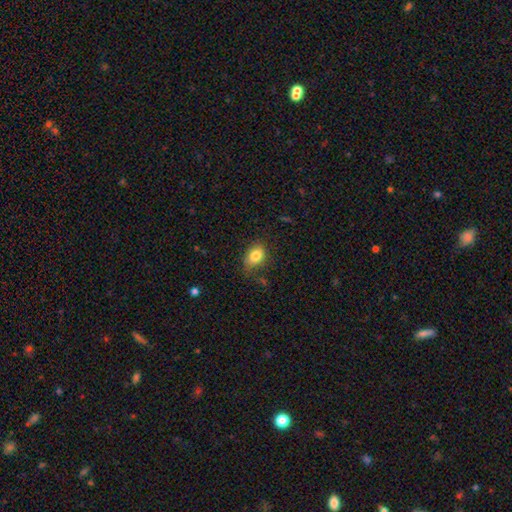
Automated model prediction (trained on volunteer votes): A smooth galaxy with no disk features (83%) that is in between round and cigar-shaped (78%). Merging: none (70%).